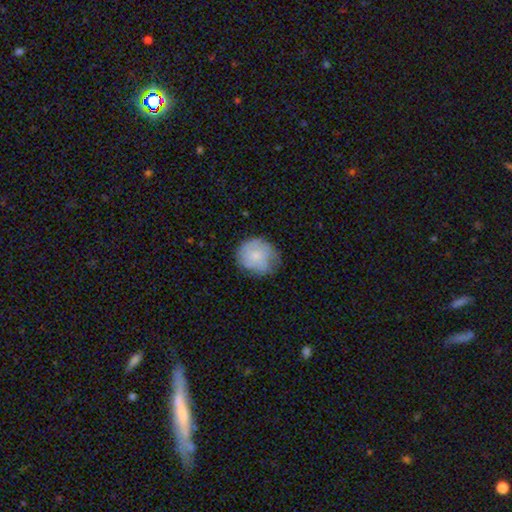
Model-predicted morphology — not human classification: Smooth or featured? Predicted: smooth (p=0.65). How rounded? Predicted: round (p=0.77). Merging? Predicted: none (p=0.59).